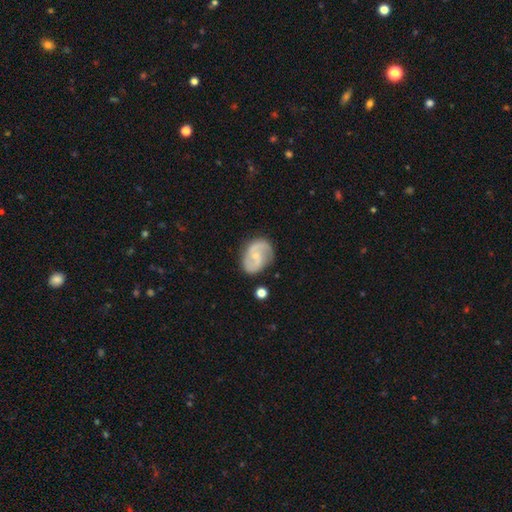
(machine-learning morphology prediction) smooth-or-featured: featured or disk: 76% | smooth: 18% | star or artifact: 6%
  disk-edge-on: no: 98% | yes: 2%
    bar: no: 46% | weak: 45% | strong: 9%
    has-spiral-arms: yes: 94% | no: 6%
      spiral-winding: medium: 49% | loose: 31% | tight: 20%
      spiral-arm-count: 2: 87% | can't tell: 6% | 1: 3% | 3: 2% | 4: 1% | more than 4: 1%
    bulge-size: small: 59% | none: 20% | moderate: 18% | large: 1% | dominant: 1%
  merging: none: 74% | minor disturbance: 18% | major disturbance: 6% | merger: 2%